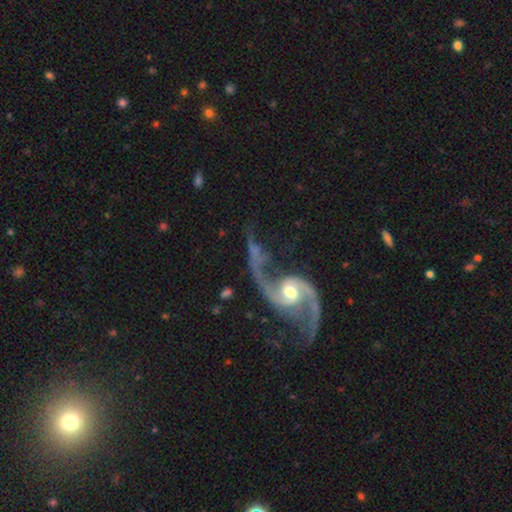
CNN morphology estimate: type=featured or disk (90%); edge-on=no (97%); bar=no (52%); spiral arms=yes (97%); winding=loose (70%); arm count=2 (93%); bulge=moderate (63%); merging=none (60%).